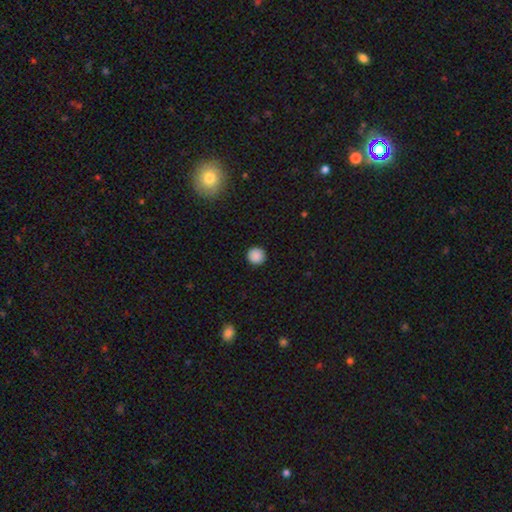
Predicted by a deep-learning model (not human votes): Overall: smooth (88%). How rounded: round (96%). Merging: none (93%).